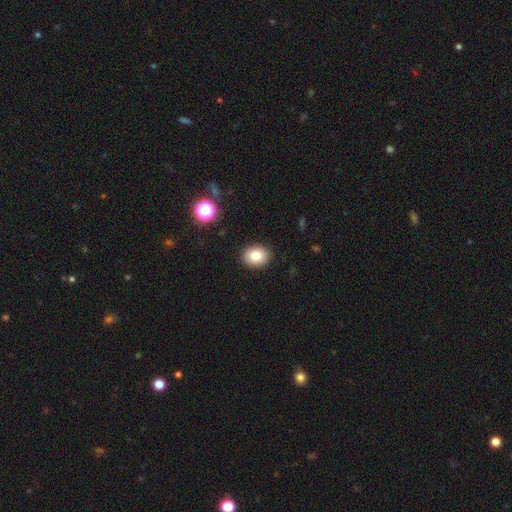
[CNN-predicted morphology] This is clearly a smooth galaxy (84%). How rounded: possibly in between (59%). Merging: clearly none (90%).